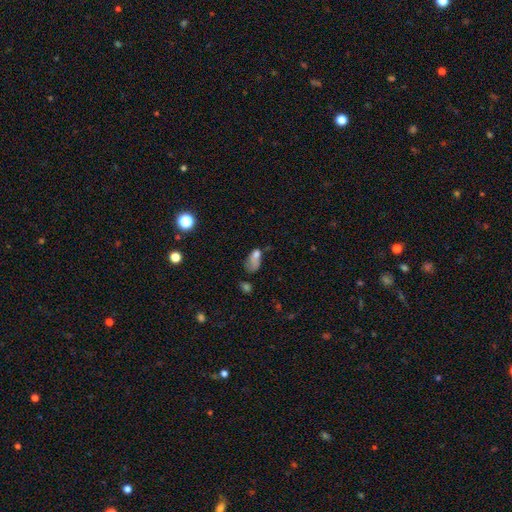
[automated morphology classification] smooth 64%, featured or disk 20%, star or artifact 15%. Down the decision tree: how rounded — in between (82%); merging — major disturbance (41%).